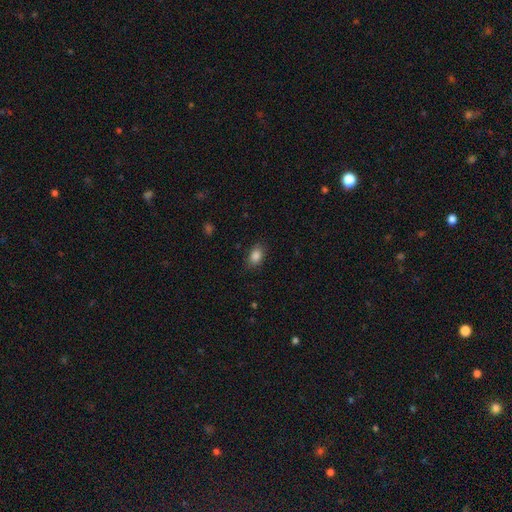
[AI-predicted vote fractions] smooth-or-featured: smooth: 86% | star or artifact: 9% | featured or disk: 5%
  how-rounded: in between: 84% | round: 14% | cigar-shaped: 2%
  merging: none: 85% | minor disturbance: 11% | major disturbance: 3% | merger: 1%